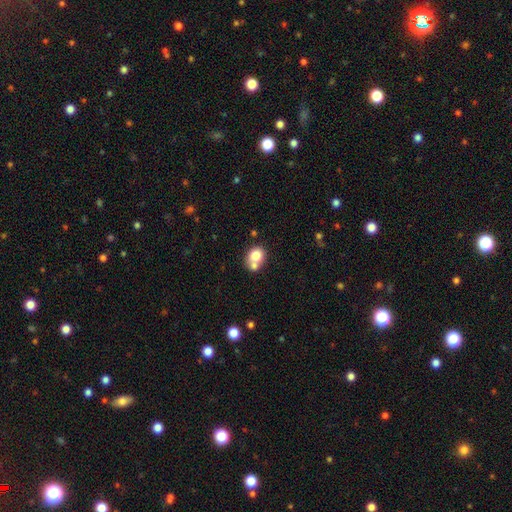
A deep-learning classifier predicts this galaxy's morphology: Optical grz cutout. It shows a smooth galaxy with no disk features (74%) that is round (60%). Merging: merger (49%).